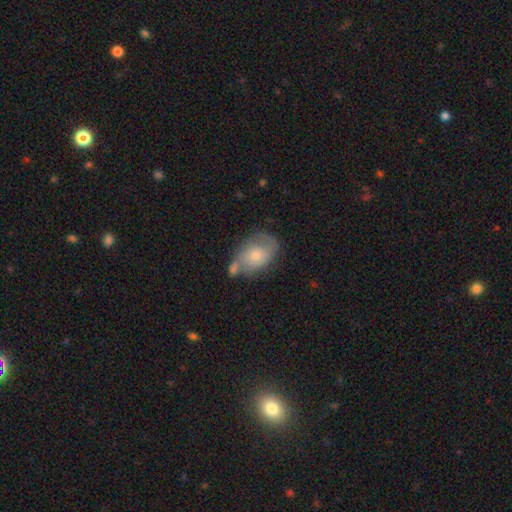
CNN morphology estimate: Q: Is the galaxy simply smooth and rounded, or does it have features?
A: smooth — 58%.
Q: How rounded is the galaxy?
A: in between — 77%.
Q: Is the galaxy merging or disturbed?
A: none — 43%.